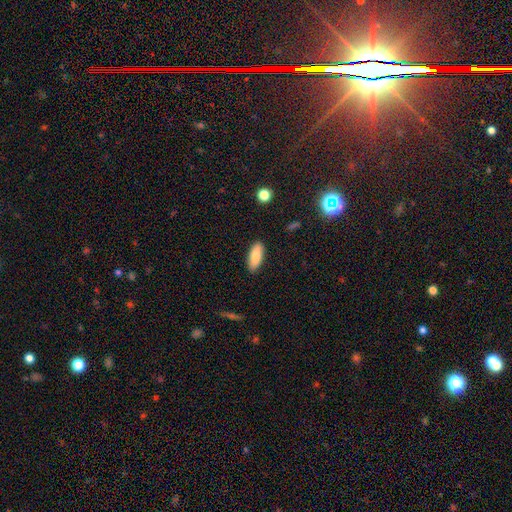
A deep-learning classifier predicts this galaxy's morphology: Smooth or featured? Predicted: smooth (p=0.84). How rounded? Predicted: in between (p=0.75). Merging? Predicted: none (p=0.88).